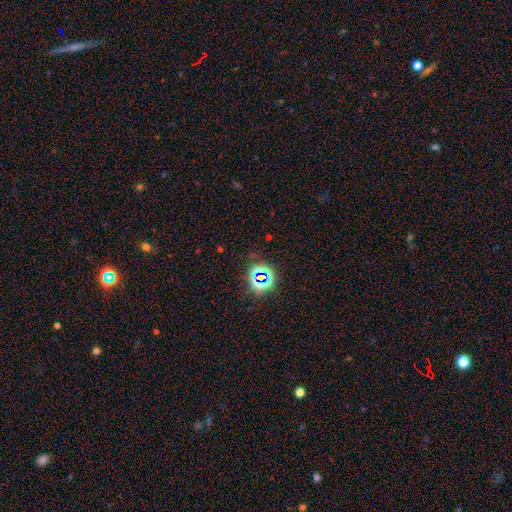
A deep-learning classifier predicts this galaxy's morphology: smooth-or-featured: star or artifact: 73% | smooth: 18% | featured or disk: 8%